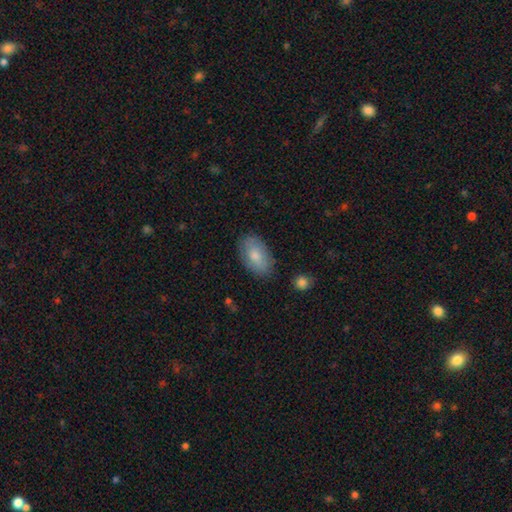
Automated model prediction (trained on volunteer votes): This appears to be a smooth galaxy with no disk features (78%) that is in between round and cigar-shaped (93%). Merging: none (83%).